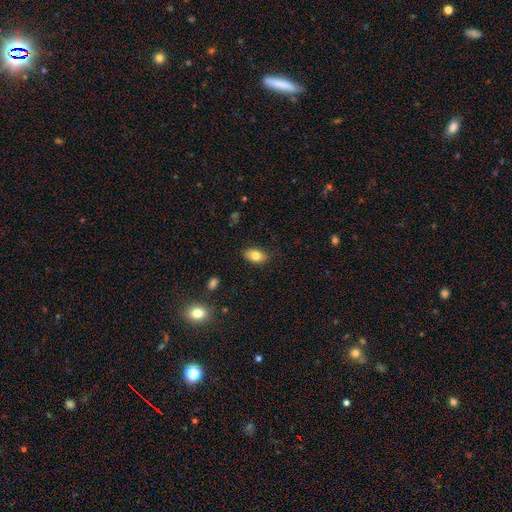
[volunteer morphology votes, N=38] Smooth or featured: smooth — 79% (featured or disk — 16%)
How rounded: in between — 97% (cigar-shaped — 3%)
Merging: none — 94% (major disturbance — 6%)